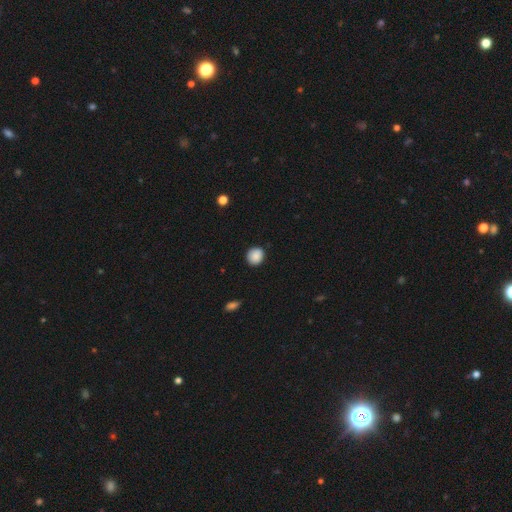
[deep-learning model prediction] Morphology: type=smooth (88%); roundness=round (84%); merging=none (87%).